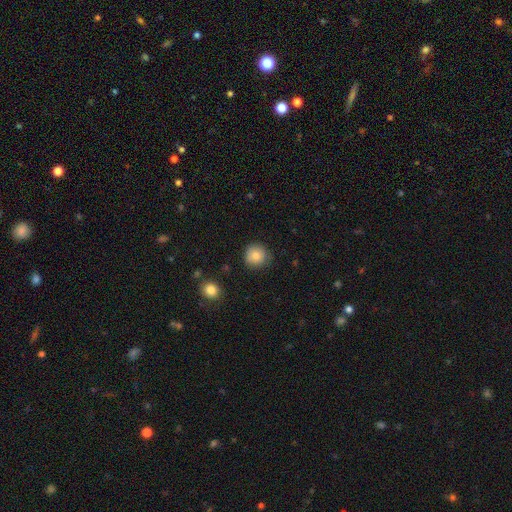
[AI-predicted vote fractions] A smooth galaxy with no disk features (81%) that is round (93%). Merging: none (85%).